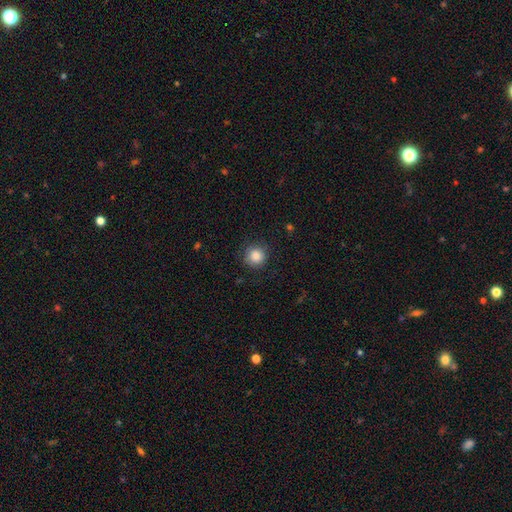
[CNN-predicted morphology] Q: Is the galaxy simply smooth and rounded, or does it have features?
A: smooth — 86%.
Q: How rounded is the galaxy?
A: round — 94%.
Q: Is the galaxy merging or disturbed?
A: none — 86%.